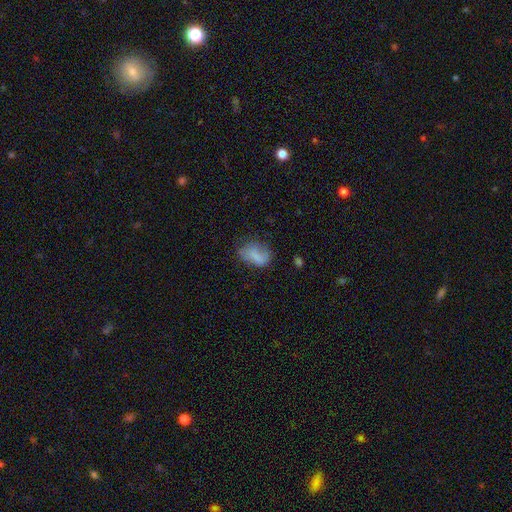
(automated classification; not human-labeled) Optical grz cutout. It shows a smooth galaxy with no disk features (71%) that is in between round and cigar-shaped (82%). Merging: none (48%).